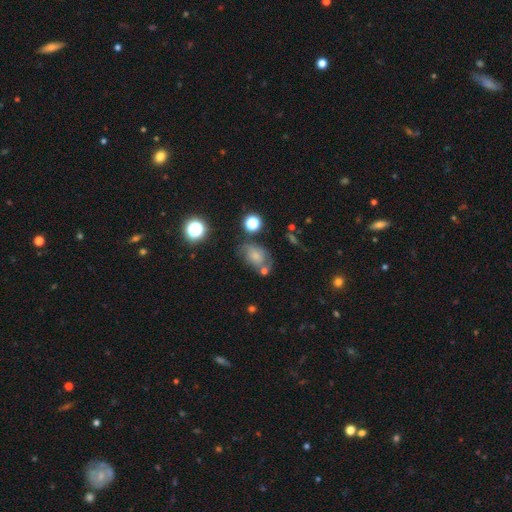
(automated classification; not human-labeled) Overall: smooth (51%; featured or disk 33%). How rounded: in between (75%). Merging: none (45%; minor disturbance 26%).